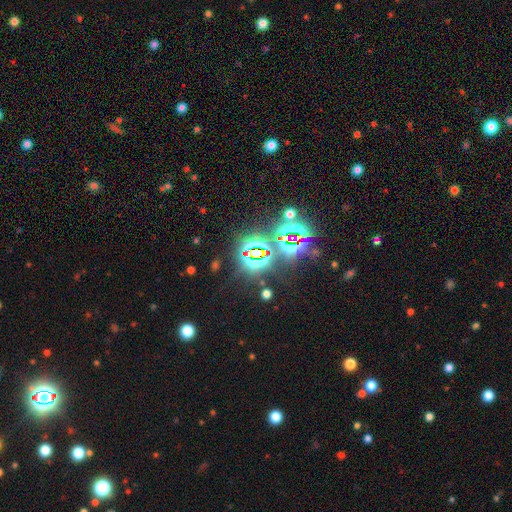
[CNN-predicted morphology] This is likely a star or artifact rather than a galaxy (80%).